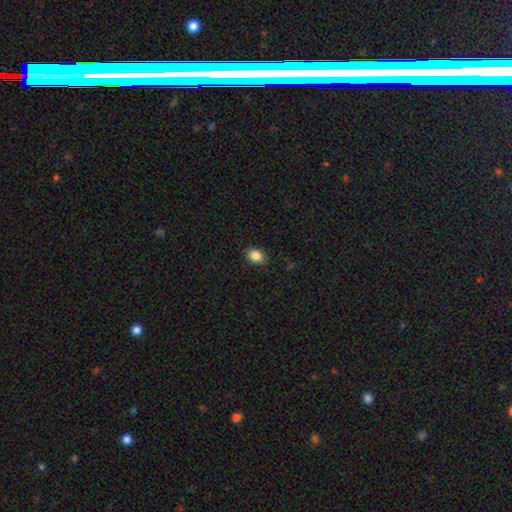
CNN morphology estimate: A smooth galaxy with no disk features (86%) that is in between round and cigar-shaped (53%).

Vote fractions:
- Smooth or featured? smooth: 86% / star or artifact: 10% / featured or disk: 4%
- How rounded? in between: 53% / round: 47% / cigar-shaped: 1%
- Merging? none: 88% / minor disturbance: 9% / major disturbance: 2% / merger: 1%